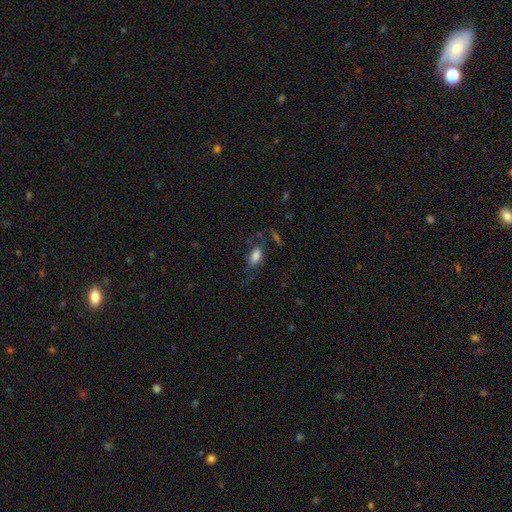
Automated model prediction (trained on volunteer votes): Smooth or featured: smooth — 77% (featured or disk — 13%)
How rounded: in between — 86% (cigar-shaped — 8%)
Merging: none — 54% (minor disturbance — 23%)